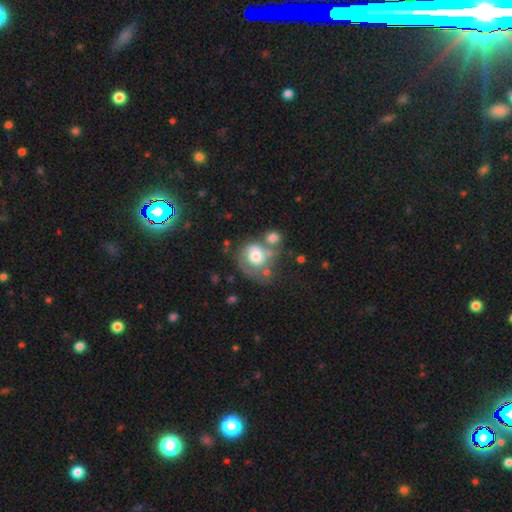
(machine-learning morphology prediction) smooth 47%, featured or disk 46%, star or artifact 8%. Down the decision tree: merging — none (30%).